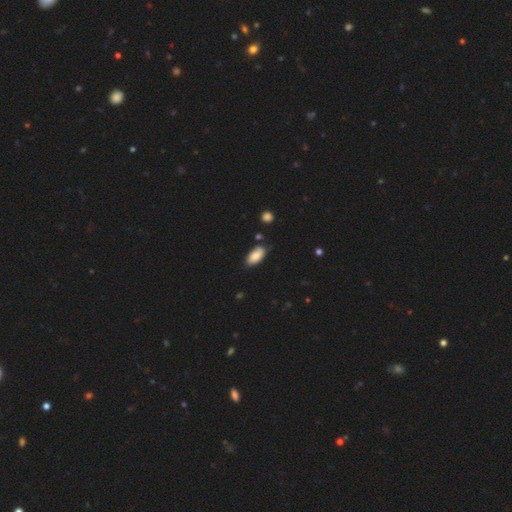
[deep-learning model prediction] Smooth or featured: smooth — 87% (star or artifact — 7%)
How rounded: in between — 90% (cigar-shaped — 7%)
Merging: none — 78% (minor disturbance — 16%)